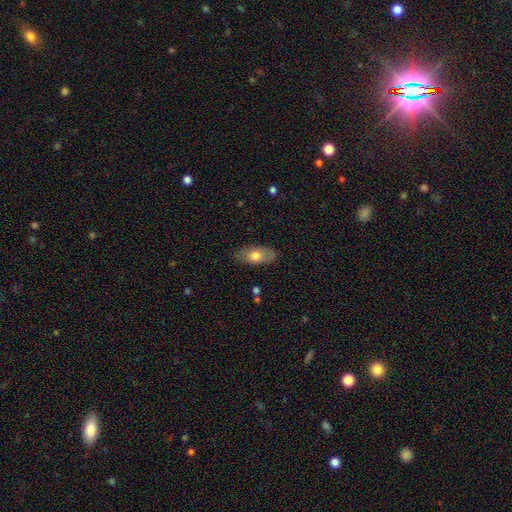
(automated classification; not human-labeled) A smooth galaxy with no disk features (71%) that is in between round and cigar-shaped (86%).

Vote fractions:
- Smooth or featured? smooth: 71% / featured or disk: 22% / star or artifact: 6%
- How rounded? in between: 86% / cigar-shaped: 10% / round: 4%
- Merging? none: 82% / minor disturbance: 14% / major disturbance: 3% / merger: 1%